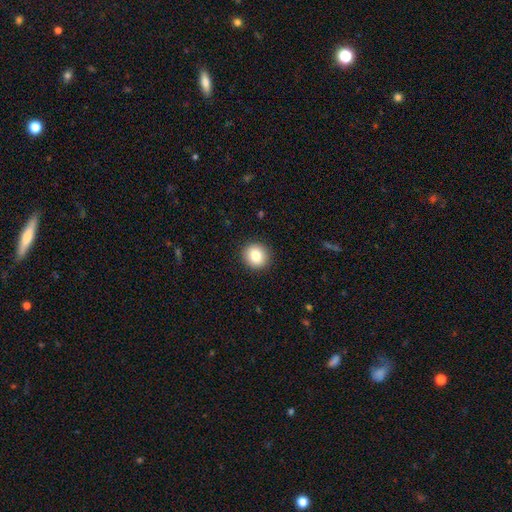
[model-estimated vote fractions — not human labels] Smooth or featured?
  - smooth: 82% *
  - star or artifact: 9%
  - featured or disk: 9%
How rounded?
  - round: 90% *
  - in between: 9%
  - cigar-shaped: 1%
Merging?
  - none: 92% *
  - minor disturbance: 5%
  - major disturbance: 2%
  - merger: 1%